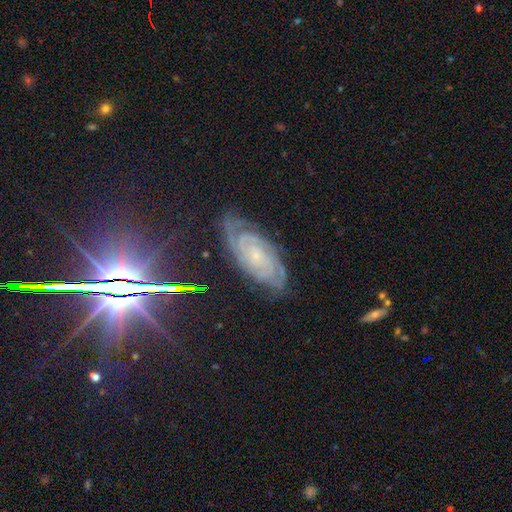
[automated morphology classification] Smooth or featured?
  - featured or disk: 82% *
  - star or artifact: 11%
  - smooth: 7%
Edge-on disk?
  - no: 95% *
  - yes: 5%
Bar?
  - no: 66% *
  - weak: 26%
  - strong: 8%
Spiral arms?
  - yes: 98% *
  - no: 2%
Spiral winding?
  - tight: 77% *
  - medium: 20%
  - loose: 3%
Spiral arm count?
  - 2: 29% *
  - can't tell: 25%
  - 3: 21%
  - 4: 12%
  - more than 4: 7%
  - 1: 6%
Bulge size?
  - small: 78% *
  - moderate: 14%
  - none: 5%
  - large: 1%
  - dominant: 1%
Merging?
  - none: 78% *
  - minor disturbance: 16%
  - major disturbance: 4%
  - merger: 1%